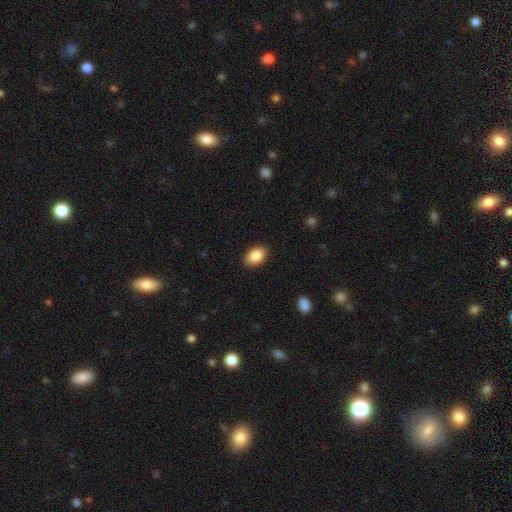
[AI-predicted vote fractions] This appears to be a smooth galaxy with no disk features (87%) that is in between round and cigar-shaped (89%). Merging: none (89%).